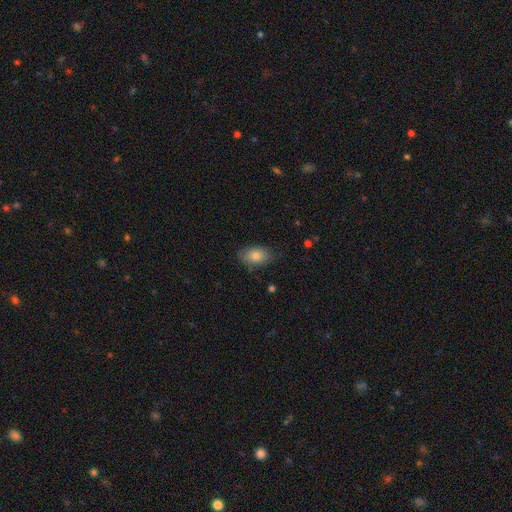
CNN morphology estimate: type=smooth (81%); roundness=in between (88%); merging=none (79%).